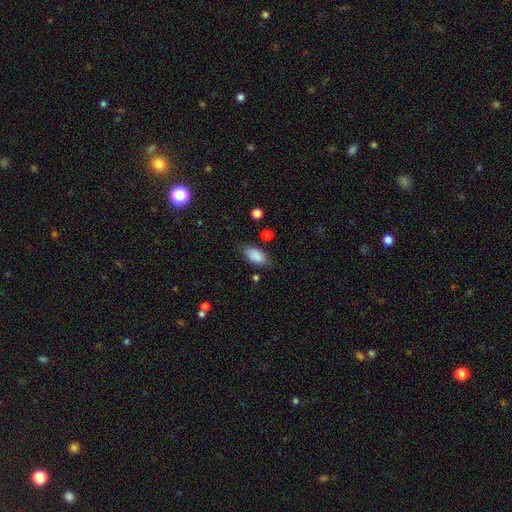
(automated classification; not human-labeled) A smooth galaxy with no disk features (86%) that is in between round and cigar-shaped (92%). Merging: none (72%).